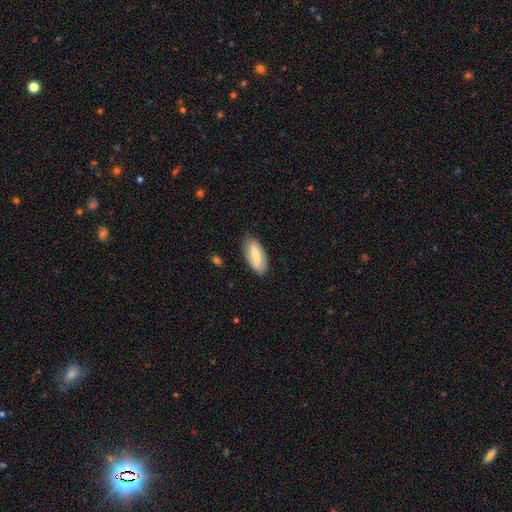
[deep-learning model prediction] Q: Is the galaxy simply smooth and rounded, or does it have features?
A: smooth — 50%.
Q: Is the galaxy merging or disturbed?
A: none — 83%.